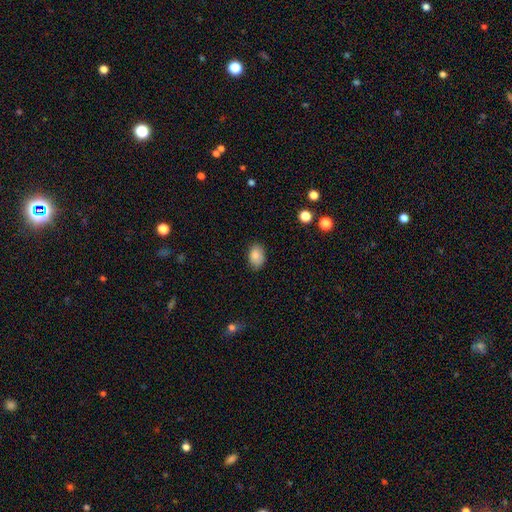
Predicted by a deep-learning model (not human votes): Smooth or featured? smooth (84%)
How rounded? in between (83%)
Merging? none (81%)